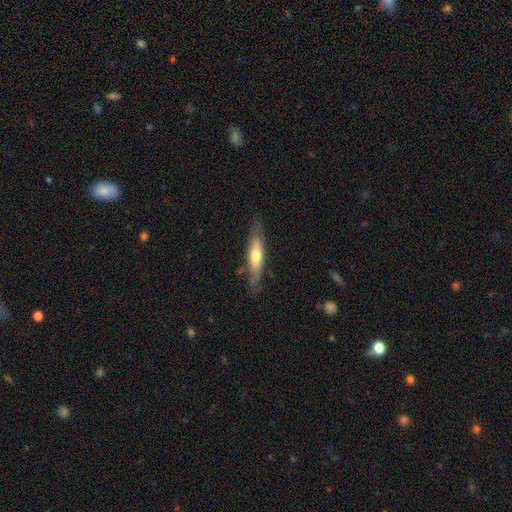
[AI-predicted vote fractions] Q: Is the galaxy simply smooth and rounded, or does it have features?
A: smooth — 48%.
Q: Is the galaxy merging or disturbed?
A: none — 71%.